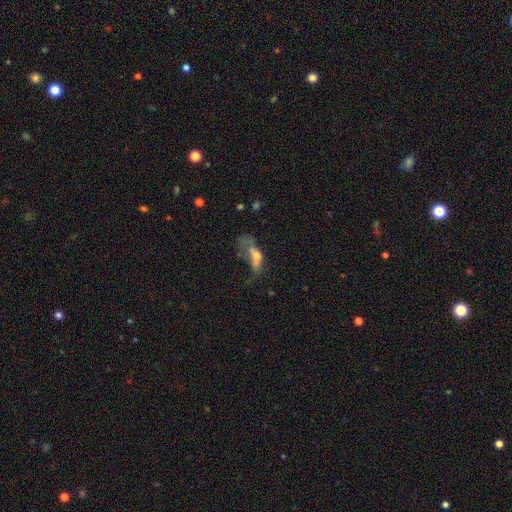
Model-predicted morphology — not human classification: Smooth or featured? smooth (45%)
Merging? major disturbance (41%)